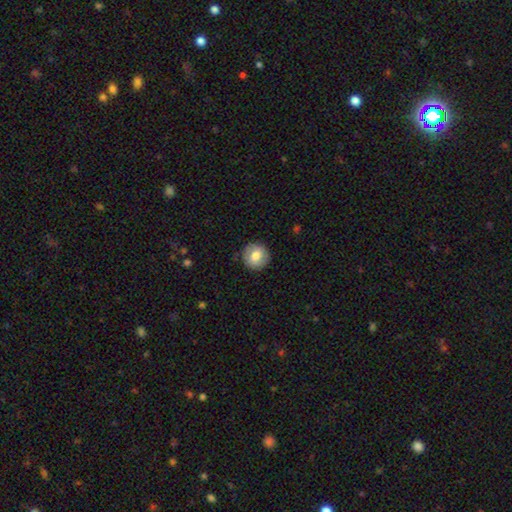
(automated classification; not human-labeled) Smooth or featured? Predicted: smooth (p=0.76). How rounded? Predicted: round (p=0.93). Merging? Predicted: none (p=0.89).